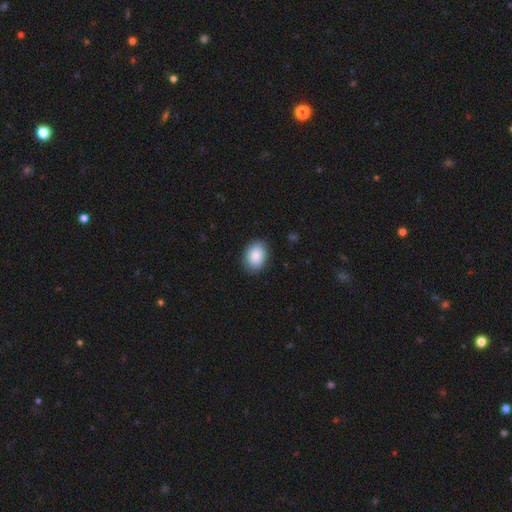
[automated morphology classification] The model was most divided on "how rounded": in between: 70%, round: 29%, cigar-shaped: 1%. More confident: smooth or featured — smooth (86%); merging — none (85%).